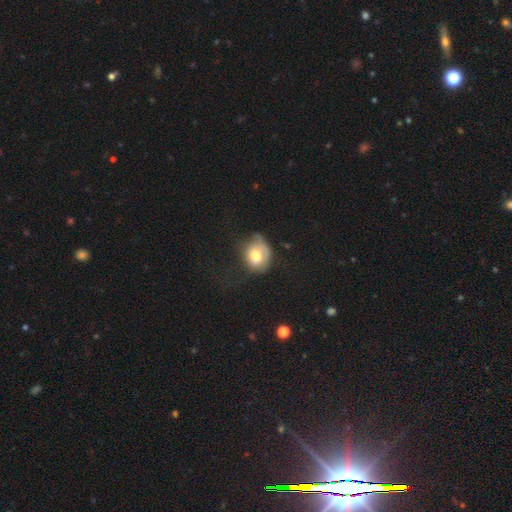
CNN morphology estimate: Q: Smooth or featured?
A: smooth (69%); runner-up: featured or disk (23%)
Q: How rounded?
A: round (59%); runner-up: in between (40%)
Q: Merging?
A: none (36%); runner-up: minor disturbance (35%)